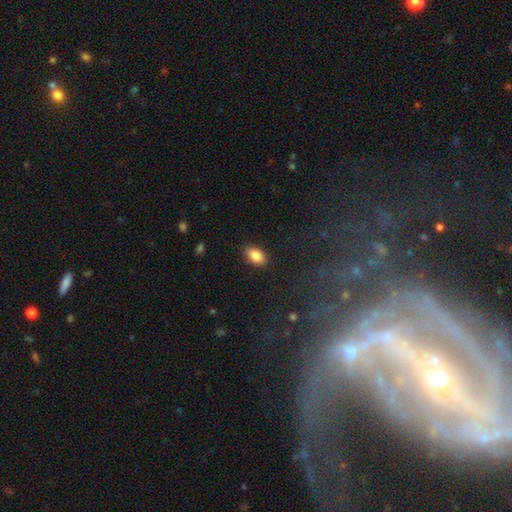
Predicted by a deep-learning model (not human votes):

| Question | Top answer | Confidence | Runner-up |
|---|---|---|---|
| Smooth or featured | smooth | 86% | star or artifact (8%) |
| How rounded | in between | 91% | round (7%) |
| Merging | none | 88% | minor disturbance (9%) |